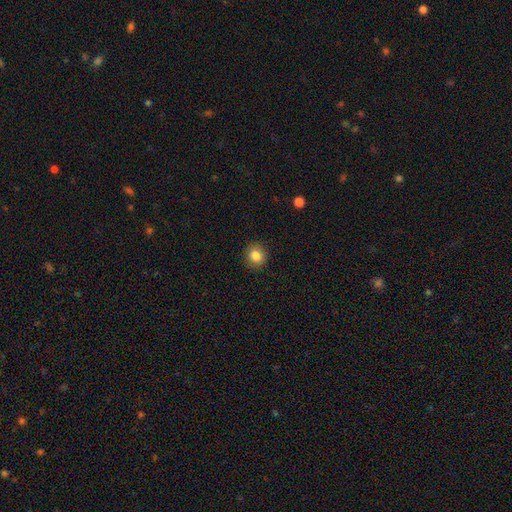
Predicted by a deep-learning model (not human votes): Morphology: type=smooth (84%); roundness=round (82%); merging=none (90%).